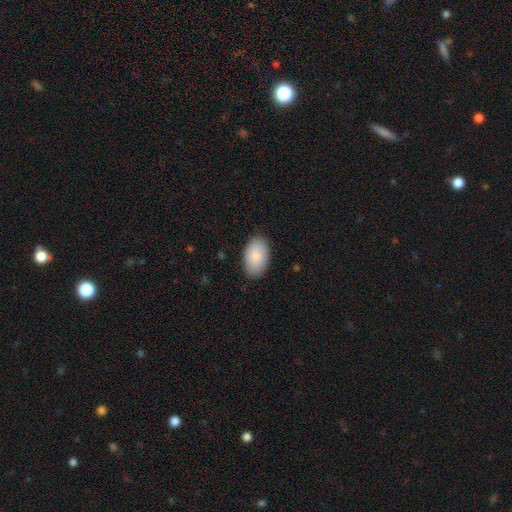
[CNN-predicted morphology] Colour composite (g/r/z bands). It shows a smooth galaxy with no disk features (87%) that is in between round and cigar-shaped (94%). Merging: none (87%).